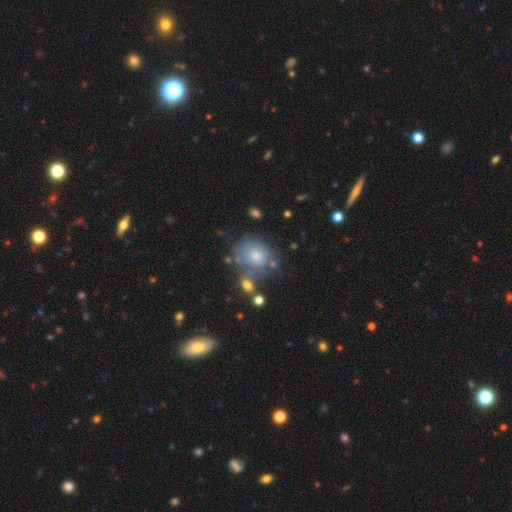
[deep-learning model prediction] smooth-or-featured: smooth: 62% | featured or disk: 28% | star or artifact: 10%
  how-rounded: round: 66% | in between: 33% | cigar-shaped: 1%
  merging: none: 45% | minor disturbance: 24% | major disturbance: 15% | merger: 15%